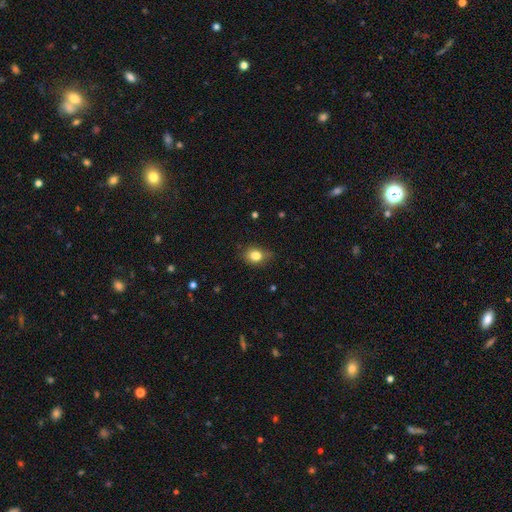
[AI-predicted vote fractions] The model was most divided on "how rounded": in between: 56%, round: 43%, cigar-shaped: 1%. More confident: smooth or featured — smooth (82%); merging — none (70%).